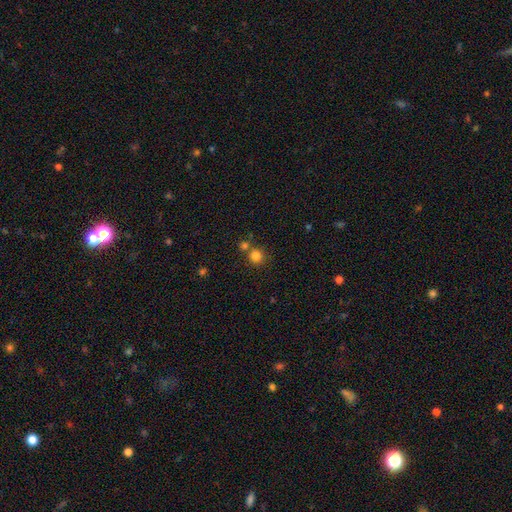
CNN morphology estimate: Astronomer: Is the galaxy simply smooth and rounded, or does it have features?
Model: smooth — 81%.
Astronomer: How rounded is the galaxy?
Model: round — 92%.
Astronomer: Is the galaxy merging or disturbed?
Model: none — 68%.